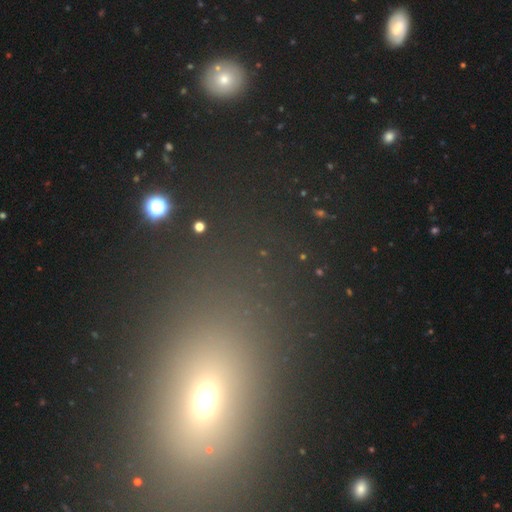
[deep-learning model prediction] A smooth galaxy with no disk features (46%). Merging: none (80%).